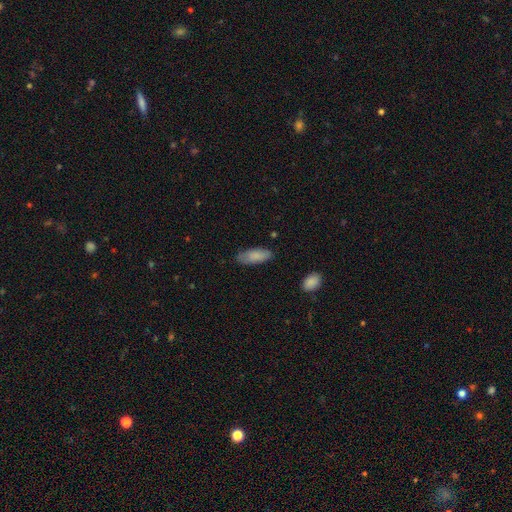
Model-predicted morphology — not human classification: Smooth or featured? Predicted: smooth (p=0.84). How rounded? Predicted: in between (p=0.76). Merging? Predicted: none (p=0.77).